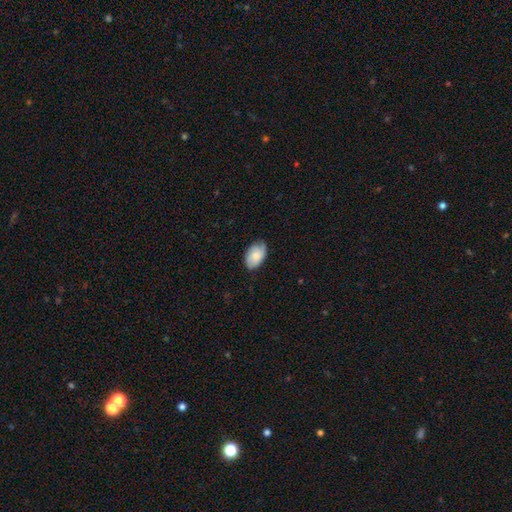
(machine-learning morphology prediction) This appears to be a smooth galaxy with no disk features (78%) that is in between round and cigar-shaped (92%). Merging: none (73%).